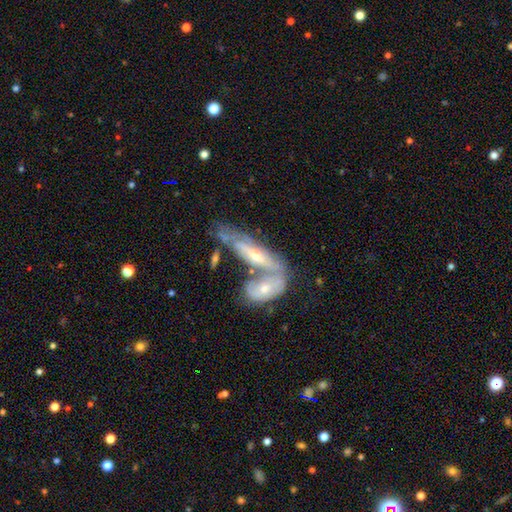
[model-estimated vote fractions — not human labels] smooth_or_featured: featured or disk (p=0.65) [alt: smooth p=0.29]
disk_edge_on: no (p=0.60) [alt: yes p=0.40]
merging: merger (p=0.55) [alt: none p=0.26]